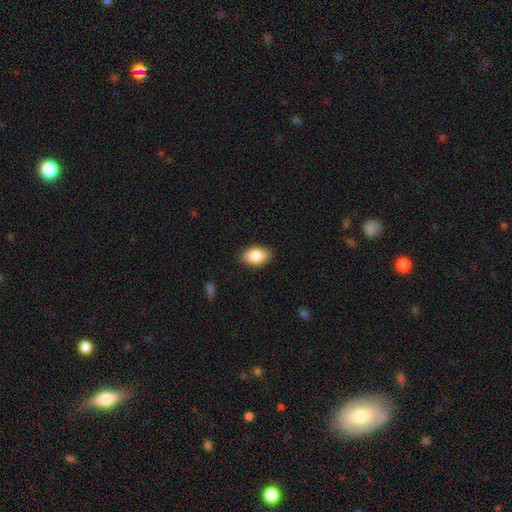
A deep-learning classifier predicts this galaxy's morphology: A smooth galaxy with no disk features (86%) that is in between round and cigar-shaped (90%).

Vote fractions:
- Smooth or featured? smooth: 86% / featured or disk: 7% / star or artifact: 7%
- How rounded? in between: 90% / round: 8% / cigar-shaped: 1%
- Merging? none: 87% / minor disturbance: 10% / major disturbance: 2% / merger: 1%